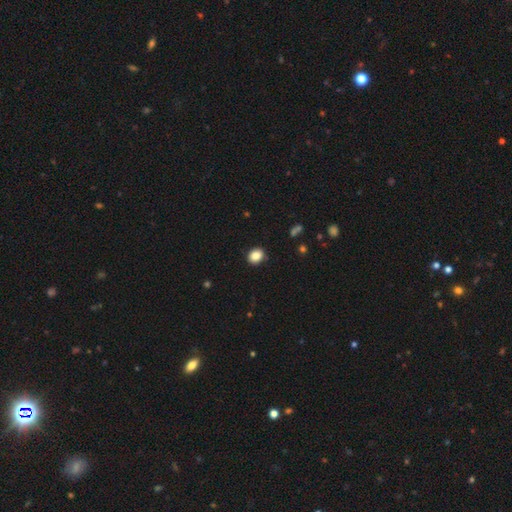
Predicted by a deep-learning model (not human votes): This appears to be a smooth galaxy with no disk features (86%) that is round (57%). Merging: none (89%).